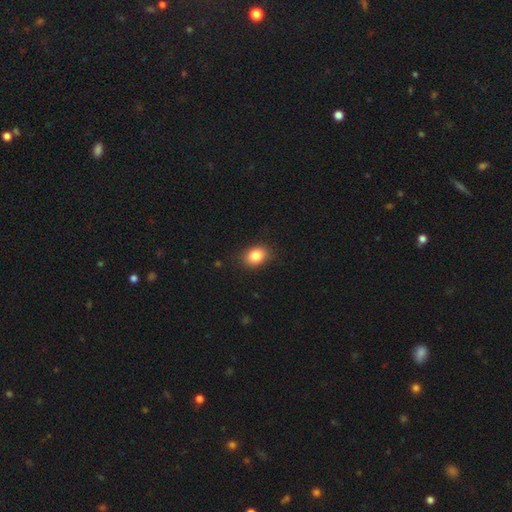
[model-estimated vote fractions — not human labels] smooth_or_featured: smooth (p=0.85) [alt: star or artifact p=0.09]
how_rounded: in between (p=0.65) [alt: round p=0.33]
merging: none (p=0.86) [alt: minor disturbance p=0.10]